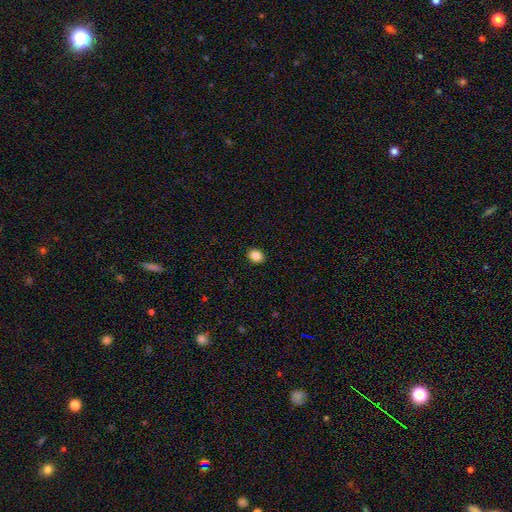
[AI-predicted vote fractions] This is clearly a smooth galaxy (86%). How rounded: possibly in between (55%). Merging: clearly none (91%).